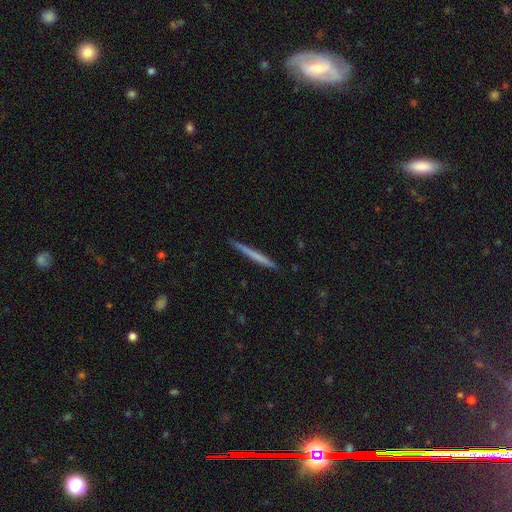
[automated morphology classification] This is possibly a smooth galaxy (57%). How rounded: clearly cigar-shaped (97%). Merging: clearly none (91%).